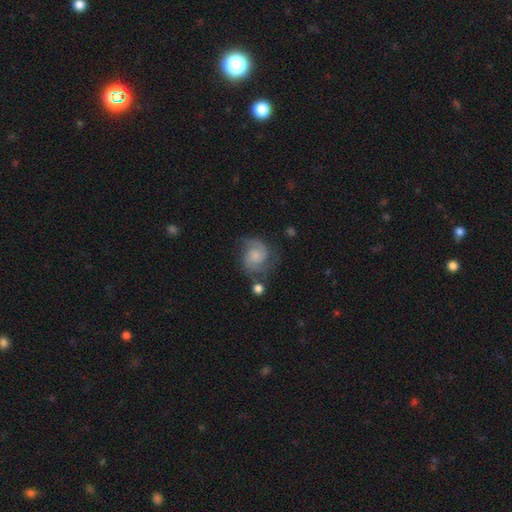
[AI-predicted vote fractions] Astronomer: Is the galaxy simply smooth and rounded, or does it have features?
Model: featured or disk — 74%.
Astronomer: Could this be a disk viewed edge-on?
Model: no — 98%.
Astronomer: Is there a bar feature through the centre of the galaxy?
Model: no — 68%.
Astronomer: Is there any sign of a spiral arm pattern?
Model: yes — 95%.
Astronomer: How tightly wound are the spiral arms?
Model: medium — 46% (runner-up: tight, 39%).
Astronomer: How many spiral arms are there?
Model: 2 — 81%.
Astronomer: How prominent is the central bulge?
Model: small — 35% (runner-up: none, 27%).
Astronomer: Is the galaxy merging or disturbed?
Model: none — 64%.